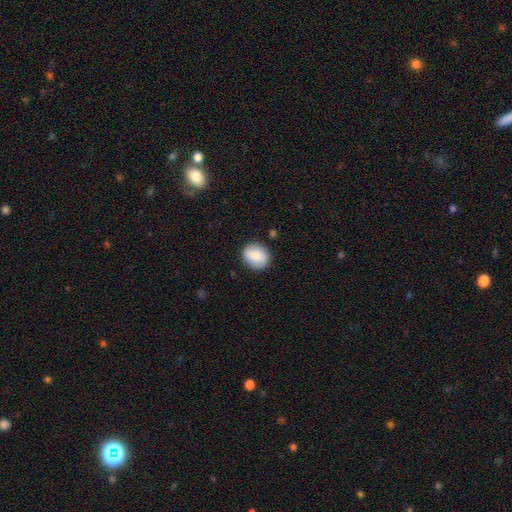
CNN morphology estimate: Q: Smooth or featured?
A: smooth (80%); runner-up: featured or disk (13%)
Q: How rounded?
A: round (75%); runner-up: in between (24%)
Q: Merging?
A: none (86%); runner-up: minor disturbance (10%)